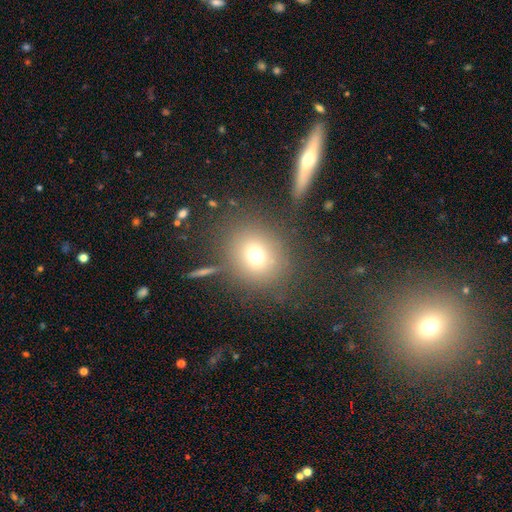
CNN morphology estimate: Q: Smooth or featured?
A: smooth (70%); runner-up: star or artifact (18%)
Q: How rounded?
A: round (81%); runner-up: in between (17%)
Q: Merging?
A: none (77%); runner-up: minor disturbance (10%)